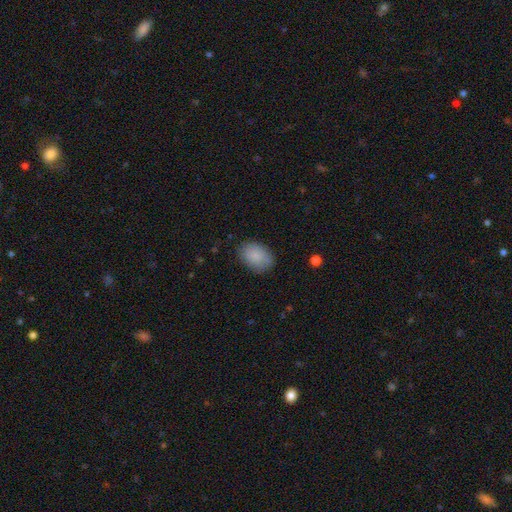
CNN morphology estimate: The model was most divided on "merging": none: 82%, minor disturbance: 14%, major disturbance: 3%, merger: 1%. More confident: smooth or featured — smooth (87%); how rounded — in between (85%).